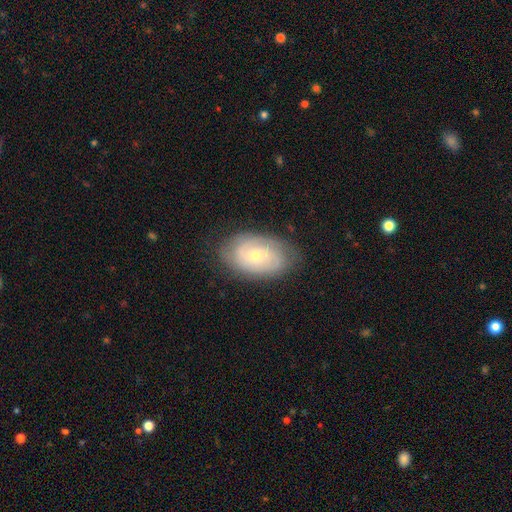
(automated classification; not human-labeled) A featured or disk galaxy (62%) with no bar (65%), spiral arms (81%) and a small central bulge (55%). Merging: none (79%).